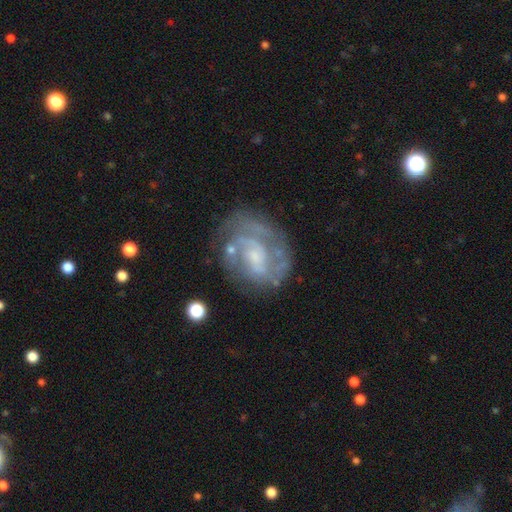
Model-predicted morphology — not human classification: Smooth or featured? featured or disk (79%)
Edge-on disk? no (98%)
Bar? no (55%)
Spiral arms? yes (82%)
Spiral winding? tight (47%)
Spiral arm count? 2 (41%)
Bulge size? small (53%)
Merging? none (62%)